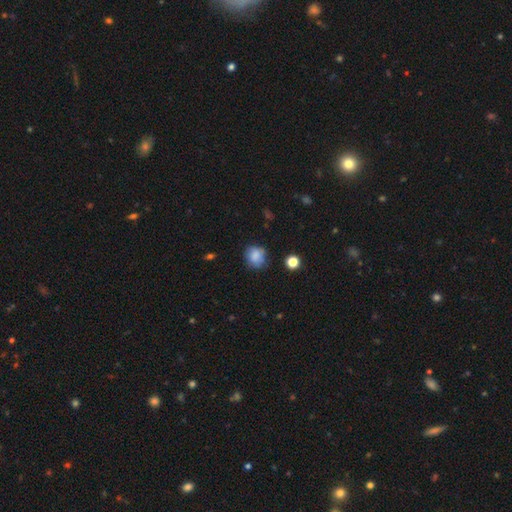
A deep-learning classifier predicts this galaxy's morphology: smooth-or-featured: smooth: 83% | star or artifact: 9% | featured or disk: 8%
  how-rounded: round: 76% | in between: 23% | cigar-shaped: 1%
  merging: none: 72% | minor disturbance: 20% | major disturbance: 5% | merger: 3%